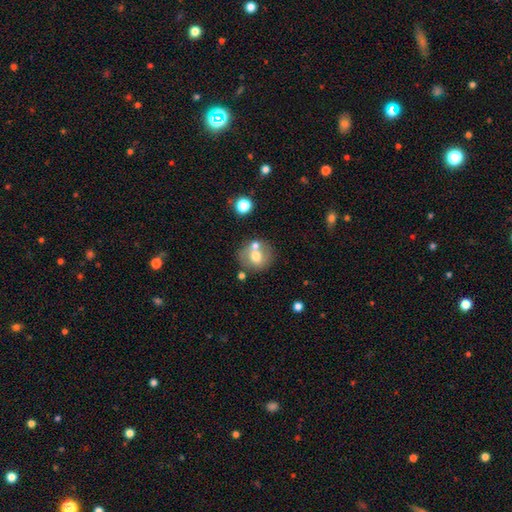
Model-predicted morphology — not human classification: type=smooth (63%); roundness=round (81%); merging=none (57%).